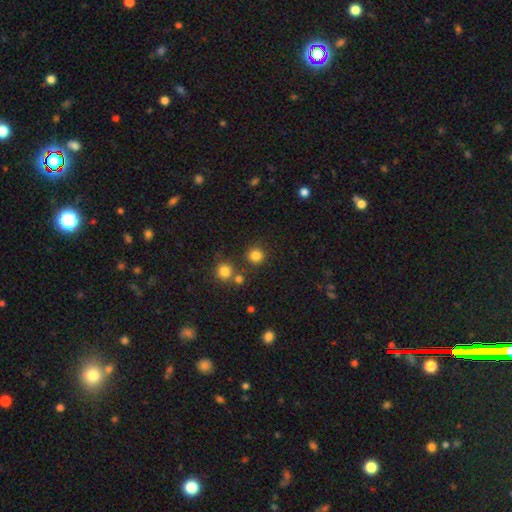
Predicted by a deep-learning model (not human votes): A smooth galaxy with no disk features (82%) that is round (93%).

Vote fractions:
- Smooth or featured? smooth: 82% / star or artifact: 13% / featured or disk: 4%
- How rounded? round: 93% / in between: 7% / cigar-shaped: 1%
- Merging? none: 83% / minor disturbance: 7% / merger: 7% / major disturbance: 3%